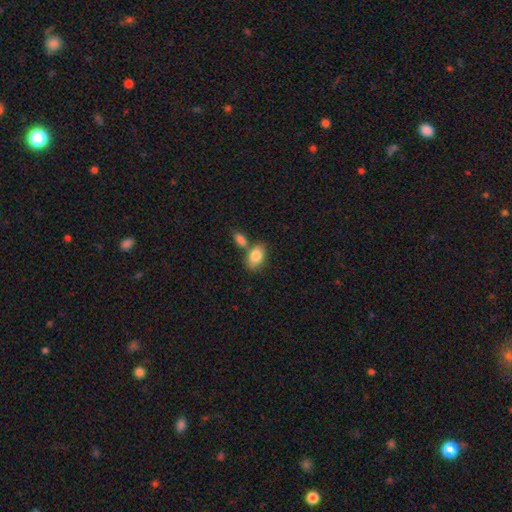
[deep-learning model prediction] This appears to be a smooth galaxy with no disk features (84%) that is in between round and cigar-shaped (88%). Merging: none (52%).